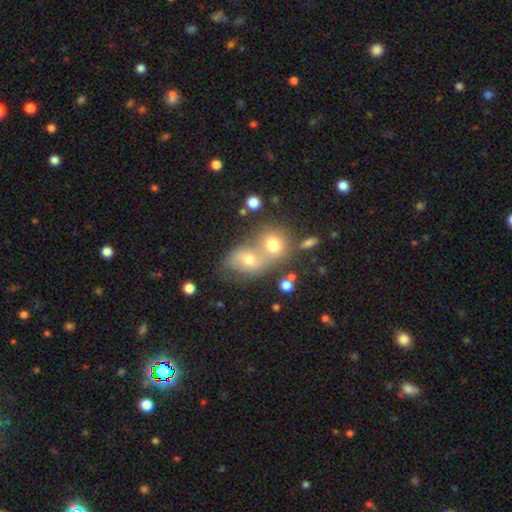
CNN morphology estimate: type=smooth (50%); merging=merger (60%).